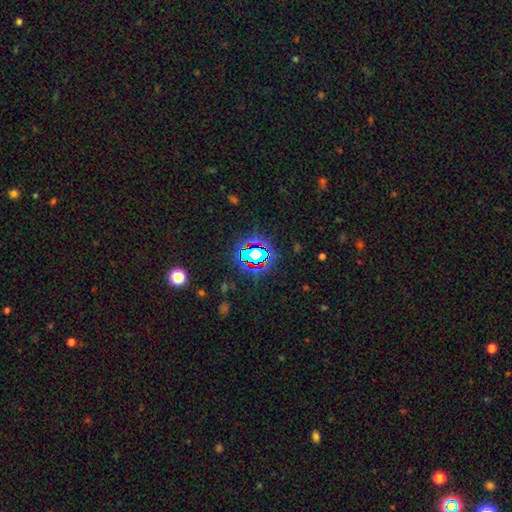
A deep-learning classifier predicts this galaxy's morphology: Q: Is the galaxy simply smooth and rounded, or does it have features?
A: star or artifact — 73%.